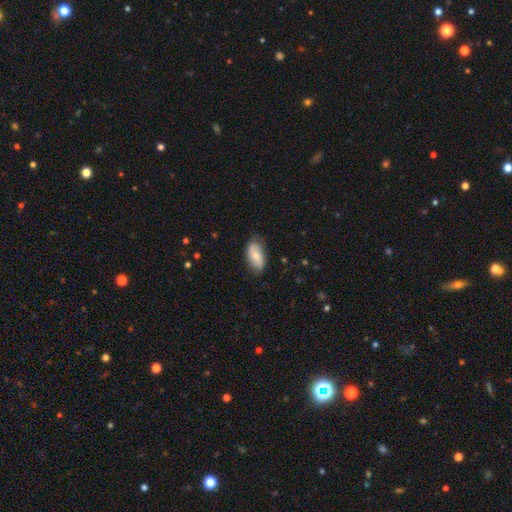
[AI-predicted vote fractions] Smooth or featured?
  - smooth: 65% *
  - featured or disk: 28%
  - star or artifact: 6%
How rounded?
  - in between: 92% *
  - cigar-shaped: 4%
  - round: 3%
Merging?
  - none: 75% *
  - minor disturbance: 20%
  - major disturbance: 4%
  - merger: 1%